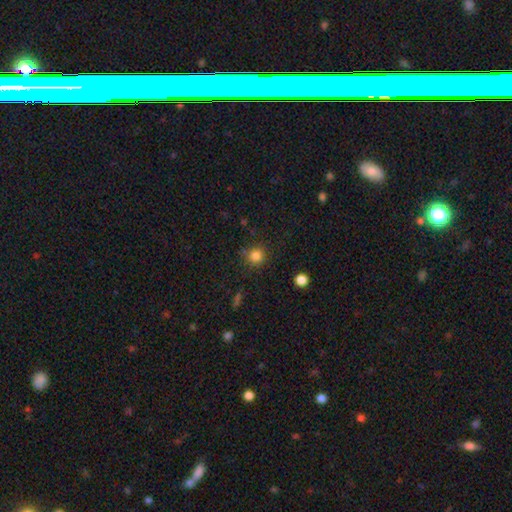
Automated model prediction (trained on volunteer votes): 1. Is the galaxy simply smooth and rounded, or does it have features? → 83% smooth, 12% star or artifact, 5% featured or disk.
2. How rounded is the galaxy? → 91% round, 8% in between, 1% cigar-shaped.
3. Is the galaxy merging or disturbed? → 82% none, 11% minor disturbance, 4% merger, 3% major disturbance.